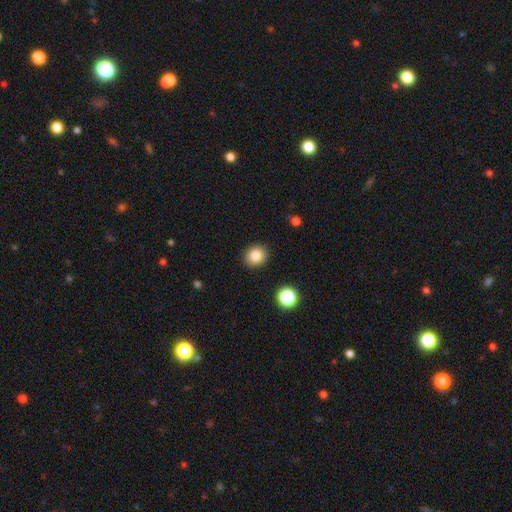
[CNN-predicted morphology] Overall: smooth (84%). How rounded: round (74%). Merging: none (90%).